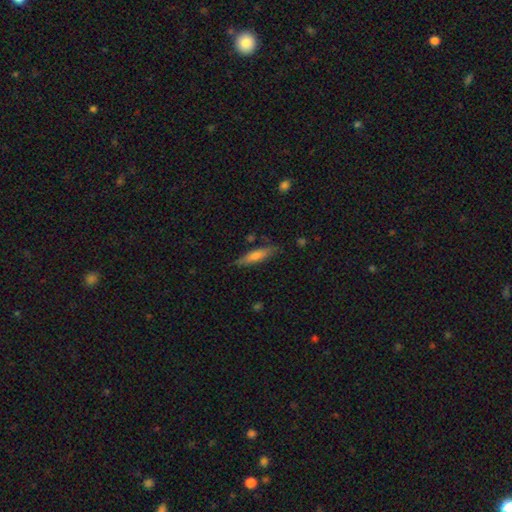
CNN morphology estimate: Smooth or featured: smooth — 65% (featured or disk — 29%)
How rounded: cigar-shaped — 81% (in between — 17%)
Merging: none — 81% (minor disturbance — 14%)